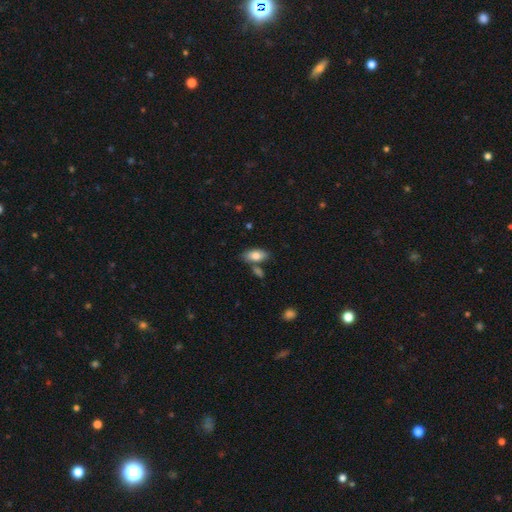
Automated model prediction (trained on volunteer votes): Smooth or featured? smooth (81%)
How rounded? in between (91%)
Merging? none (72%)